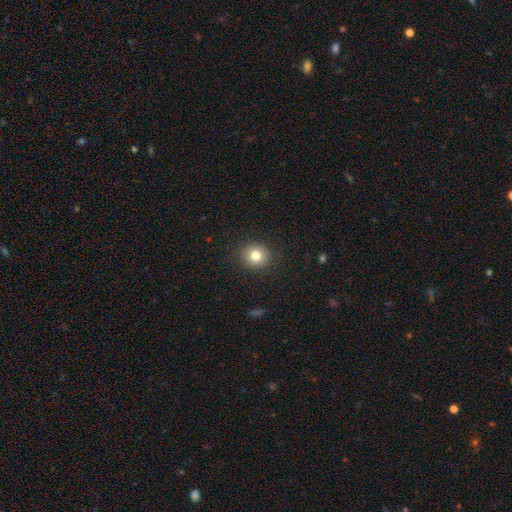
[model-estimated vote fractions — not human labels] Smooth or featured? Predicted: smooth (p=0.80). How rounded? Predicted: round (p=0.85). Merging? Predicted: none (p=0.90).